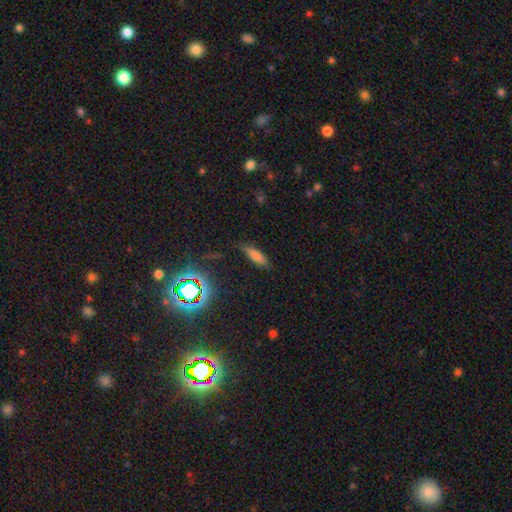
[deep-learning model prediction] Smooth or featured? smooth (73%)
How rounded? in between (49%)
Merging? none (77%)